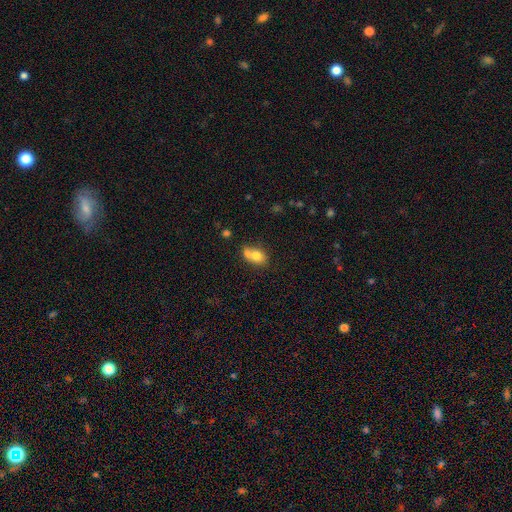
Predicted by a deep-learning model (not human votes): Smooth or featured? Predicted: smooth (p=0.75). How rounded? Predicted: in between (p=0.62). Merging? Predicted: merger (p=0.40).